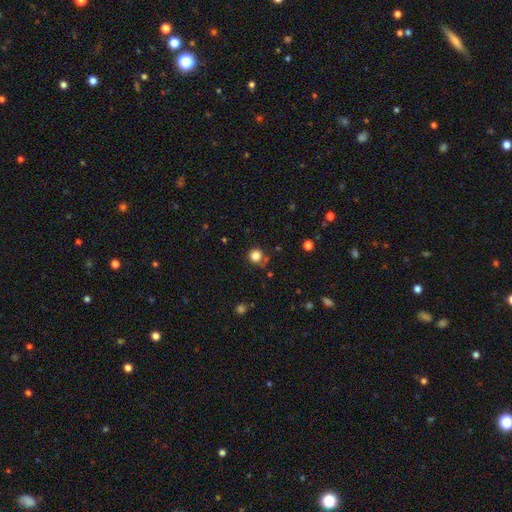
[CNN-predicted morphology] Smooth or featured? smooth (81%)
How rounded? round (90%)
Merging? none (74%)